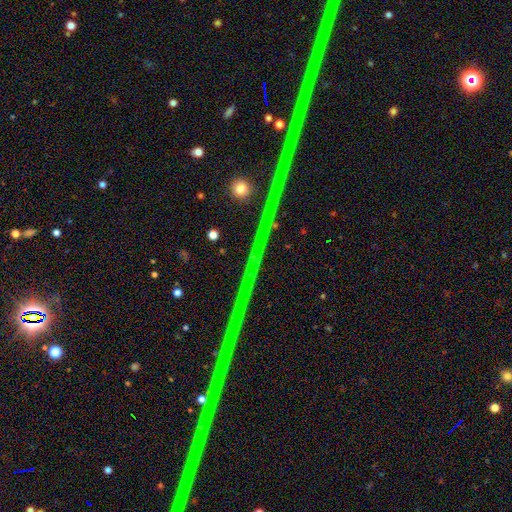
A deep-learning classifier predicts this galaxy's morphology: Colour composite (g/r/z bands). It shows a star or artifact, not a galaxy (88%).